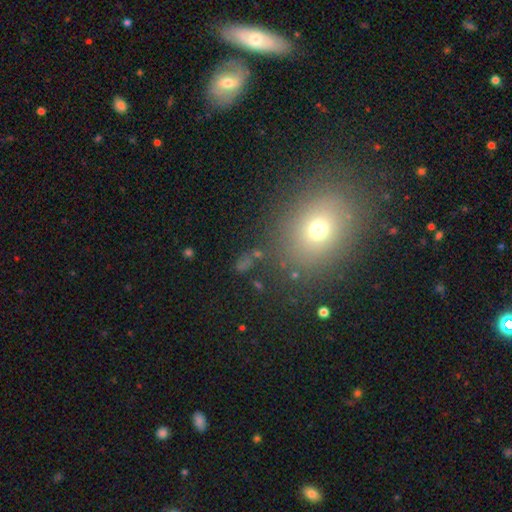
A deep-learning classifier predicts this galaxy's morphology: Smooth or featured? Predicted: smooth (p=0.60). How rounded? Predicted: round (p=0.53). Merging? Predicted: none (p=0.82).